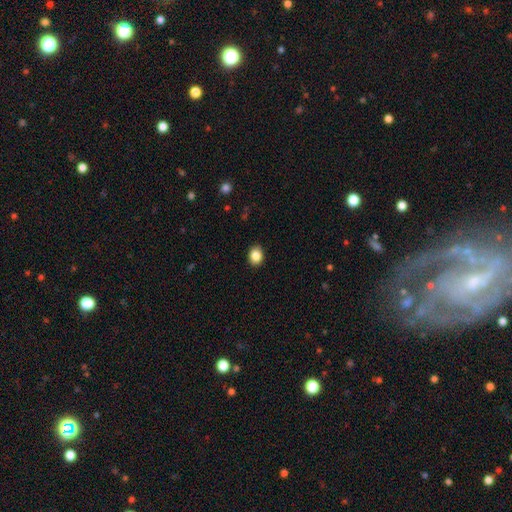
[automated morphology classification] Overall: smooth (86%). How rounded: in between (50%; round 49%). Merging: none (89%).